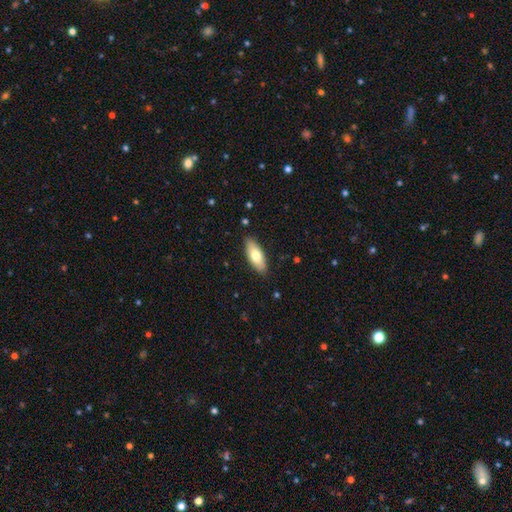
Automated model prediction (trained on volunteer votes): Overall: smooth (74%). How rounded: in between (77%). Merging: none (87%).